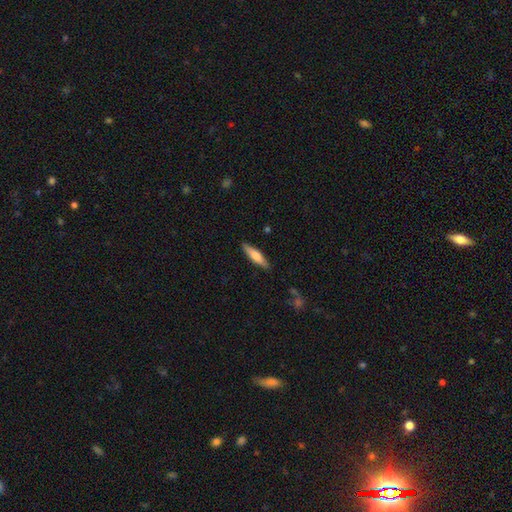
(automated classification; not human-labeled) This appears to be a smooth galaxy with no disk features (65%) that is cigar-shaped (75%). Merging: none (87%).